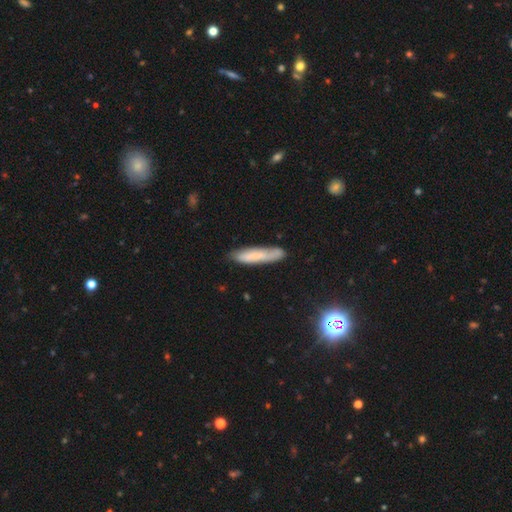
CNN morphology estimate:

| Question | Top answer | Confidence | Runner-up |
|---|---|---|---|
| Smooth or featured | smooth | 69% | featured or disk (23%) |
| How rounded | cigar-shaped | 86% | in between (13%) |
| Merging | none | 74% | minor disturbance (19%) |